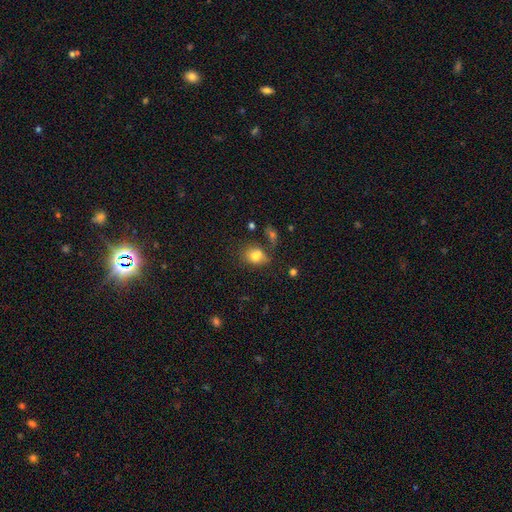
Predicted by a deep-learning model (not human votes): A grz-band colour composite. It shows a smooth galaxy with no disk features (75%) that is in between round and cigar-shaped (56%). Merging: none (41%).